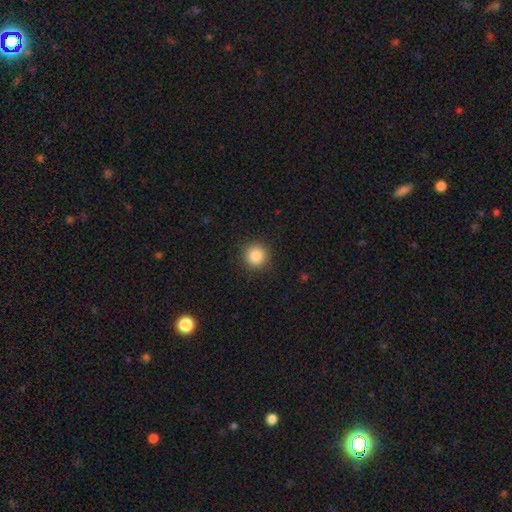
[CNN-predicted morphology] Q: Smooth or featured?
A: smooth (87%); runner-up: star or artifact (10%)
Q: How rounded?
A: round (95%); runner-up: in between (5%)
Q: Merging?
A: none (91%); runner-up: minor disturbance (6%)